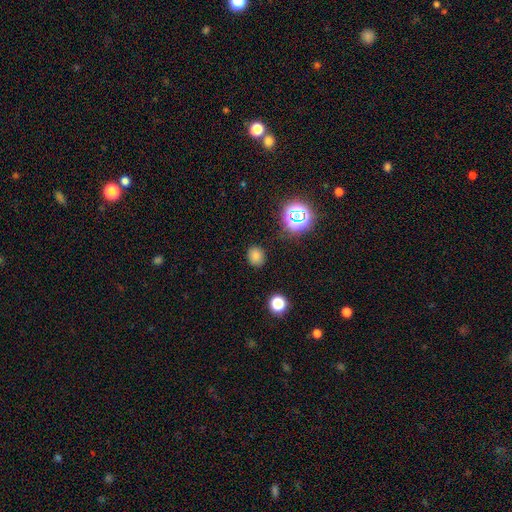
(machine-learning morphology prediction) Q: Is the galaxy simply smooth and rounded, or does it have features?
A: smooth — 76%.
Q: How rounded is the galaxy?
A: round — 65%.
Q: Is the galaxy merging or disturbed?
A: none — 86%.